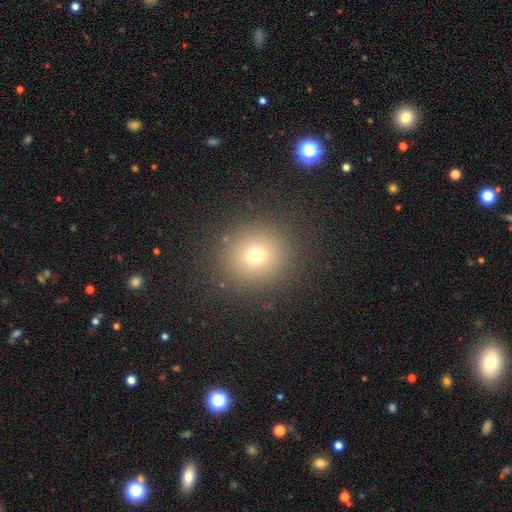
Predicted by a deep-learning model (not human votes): A smooth galaxy with no disk features (70%) that is round (87%).

Vote fractions:
- Smooth or featured? smooth: 70% / star or artifact: 19% / featured or disk: 11%
- How rounded? round: 87% / in between: 12% / cigar-shaped: 1%
- Merging? none: 89% / minor disturbance: 7% / major disturbance: 3% / merger: 1%